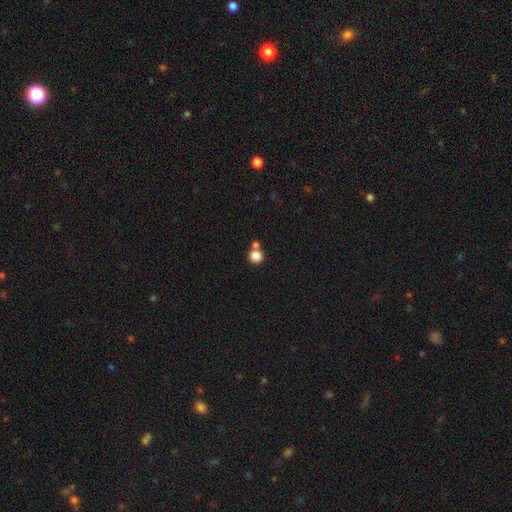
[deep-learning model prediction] smooth-or-featured: smooth: 85% | star or artifact: 10% | featured or disk: 5%
  how-rounded: round: 91% | in between: 8% | cigar-shaped: 1%
  merging: none: 60% | merger: 29% | minor disturbance: 7% | major disturbance: 3%